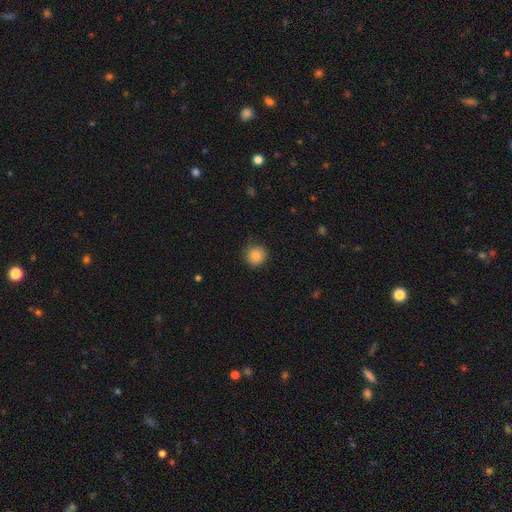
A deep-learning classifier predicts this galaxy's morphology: A smooth galaxy with no disk features (85%) that is round (90%). Merging: none (84%).